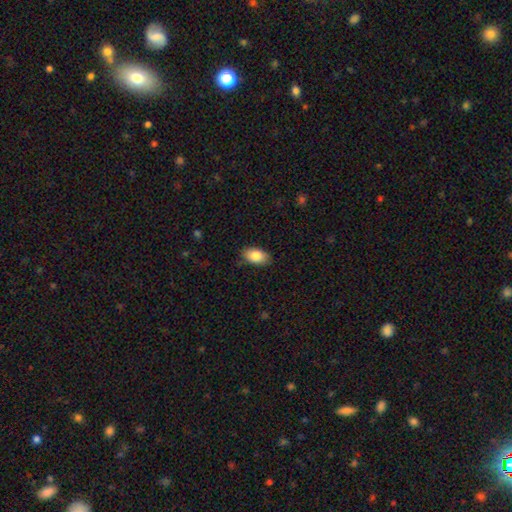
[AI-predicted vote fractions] smooth_or_featured: smooth (p=0.84) [alt: featured or disk p=0.09]
how_rounded: in between (p=0.92) [alt: round p=0.06]
merging: none (p=0.85) [alt: minor disturbance p=0.12]